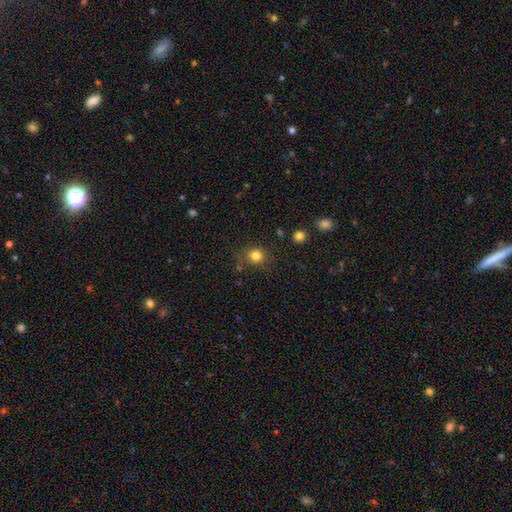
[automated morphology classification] Q: Smooth or featured?
A: smooth (81%); runner-up: star or artifact (13%)
Q: How rounded?
A: round (83%); runner-up: in between (16%)
Q: Merging?
A: none (80%); runner-up: minor disturbance (12%)